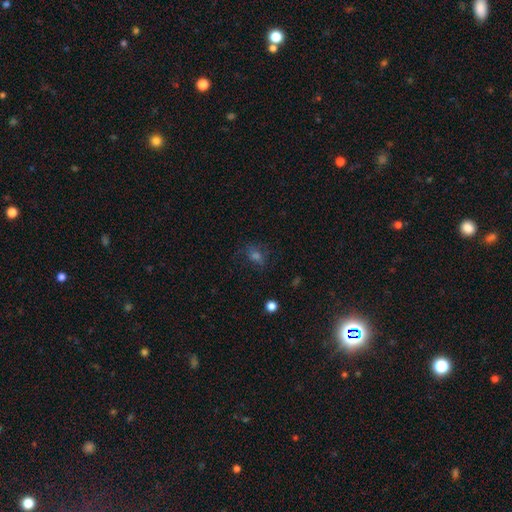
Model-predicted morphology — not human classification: Smooth or featured? Predicted: smooth (p=0.49). Merging? Predicted: none (p=0.69).